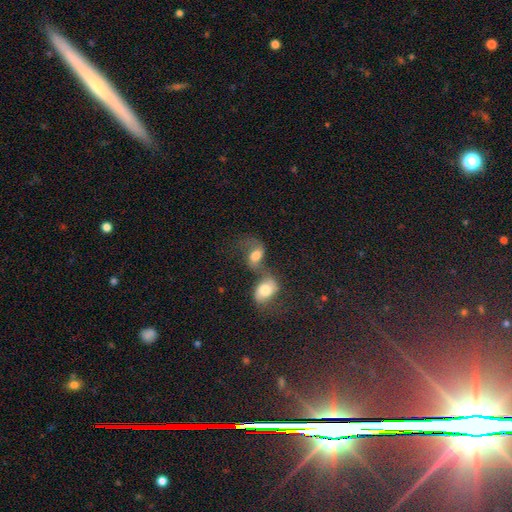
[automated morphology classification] A smooth galaxy with no disk features (58%) that is in between round and cigar-shaped (80%). Merging: merger (68%).